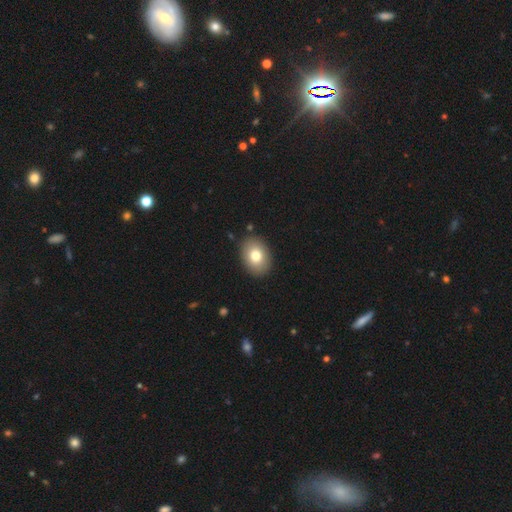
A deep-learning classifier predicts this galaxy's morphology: A smooth galaxy with no disk features (78%) that is in between round and cigar-shaped (75%). Merging: none (89%).